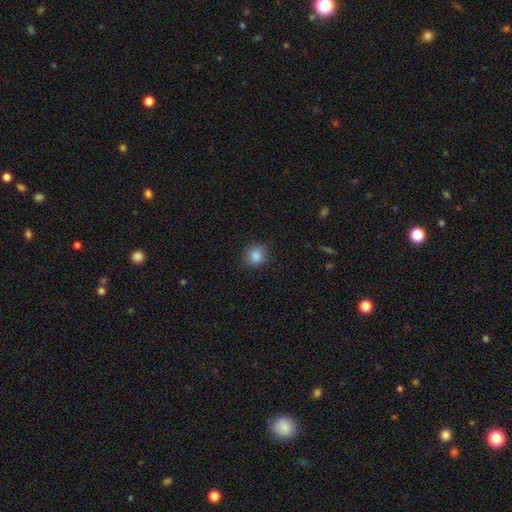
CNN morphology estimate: Smooth or featured?
  - smooth: 85% *
  - star or artifact: 10%
  - featured or disk: 5%
How rounded?
  - round: 78% *
  - in between: 21%
  - cigar-shaped: 1%
Merging?
  - none: 82% *
  - minor disturbance: 14%
  - major disturbance: 3%
  - merger: 1%